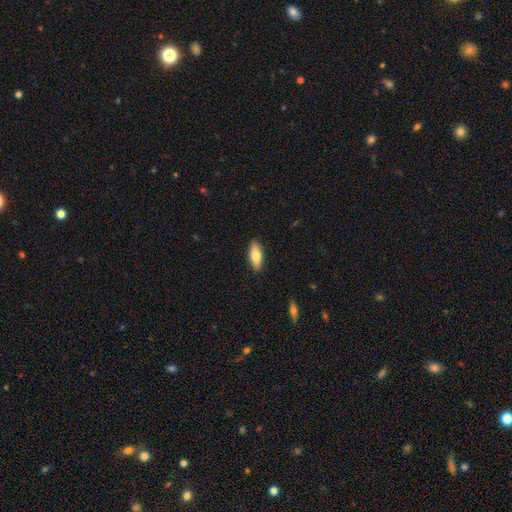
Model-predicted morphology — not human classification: A smooth galaxy with no disk features (74%) that is in between round and cigar-shaped (74%).

Vote fractions:
- Smooth or featured? smooth: 74% / featured or disk: 20% / star or artifact: 6%
- How rounded? in between: 74% / cigar-shaped: 24% / round: 2%
- Merging? none: 89% / minor disturbance: 8% / major disturbance: 2% / merger: 1%